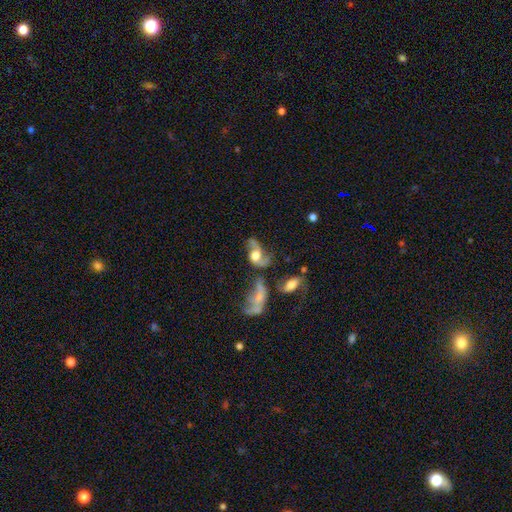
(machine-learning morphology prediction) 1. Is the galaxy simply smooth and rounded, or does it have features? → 65% featured or disk, 25% smooth, 10% star or artifact.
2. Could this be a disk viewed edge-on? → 92% no, 8% yes.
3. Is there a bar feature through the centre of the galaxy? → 73% no, 22% weak, 5% strong.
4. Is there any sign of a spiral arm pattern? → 79% yes, 21% no.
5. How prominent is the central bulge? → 48% large, 36% moderate, 6% small, 5% dominant, 5% none.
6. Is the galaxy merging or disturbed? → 30% none, 27% merger, 26% major disturbance, 17% minor disturbance.